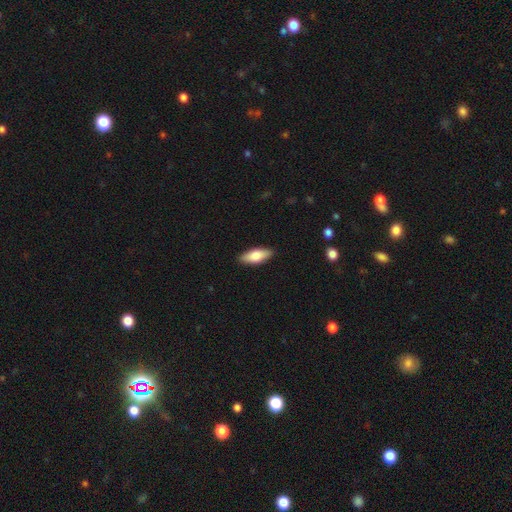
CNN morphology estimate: Q: Smooth or featured?
A: smooth (78%); runner-up: featured or disk (16%)
Q: How rounded?
A: in between (77%); runner-up: cigar-shaped (21%)
Q: Merging?
A: none (89%); runner-up: minor disturbance (9%)